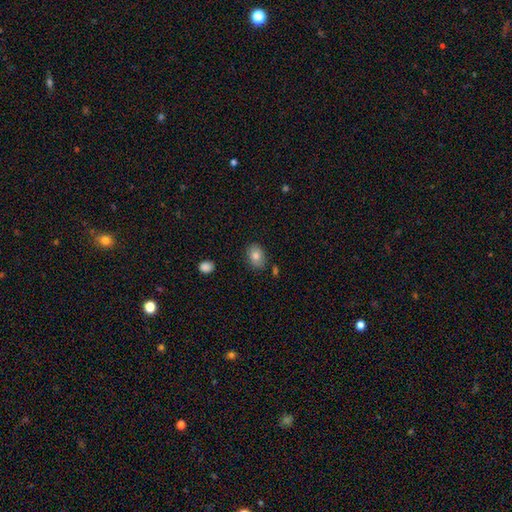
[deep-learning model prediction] Smooth or featured?
  - smooth: 81% *
  - featured or disk: 11%
  - star or artifact: 8%
How rounded?
  - in between: 74% *
  - round: 24%
  - cigar-shaped: 1%
Merging?
  - none: 80% *
  - minor disturbance: 14%
  - merger: 3%
  - major disturbance: 3%